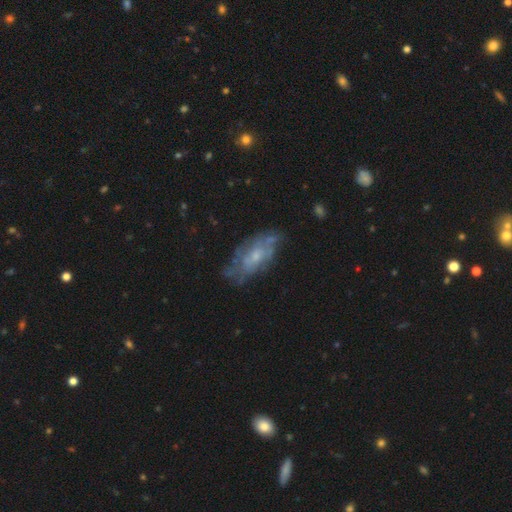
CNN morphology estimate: smooth_or_featured: featured or disk (p=0.62) [alt: smooth p=0.30]
disk_edge_on: no (p=0.90) [alt: yes p=0.10]
bar: no (p=0.76) [alt: weak p=0.21]
has_spiral_arms: yes (p=0.54) [alt: no p=0.46]
bulge_size: small (p=0.50) [alt: moderate p=0.37]
merging: none (p=0.61) [alt: minor disturbance p=0.25]